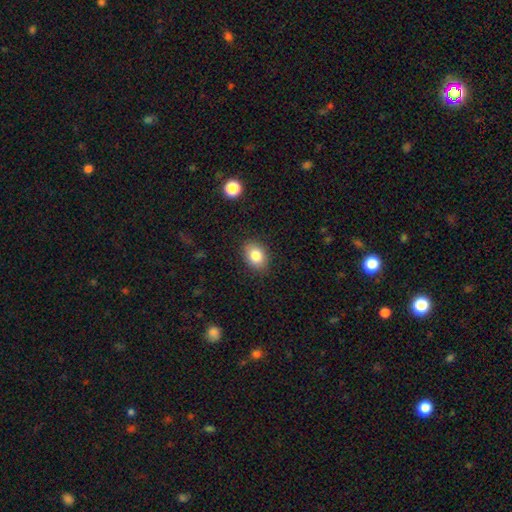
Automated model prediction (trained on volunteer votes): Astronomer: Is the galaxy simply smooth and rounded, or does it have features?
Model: smooth — 82%.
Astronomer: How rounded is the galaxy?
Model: in between — 71%.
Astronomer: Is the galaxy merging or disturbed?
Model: none — 86%.